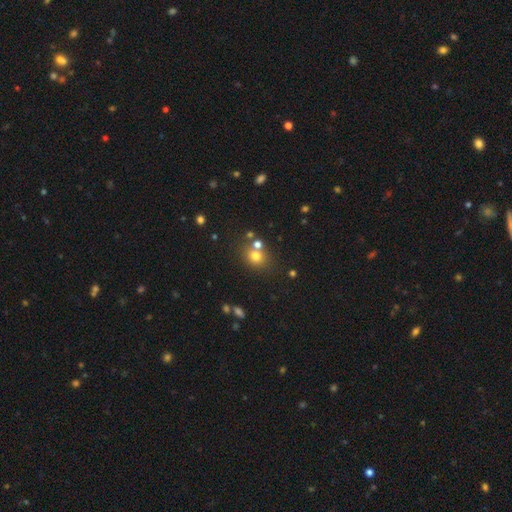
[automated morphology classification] Smooth or featured? smooth (71%)
How rounded? round (75%)
Merging? none (62%)